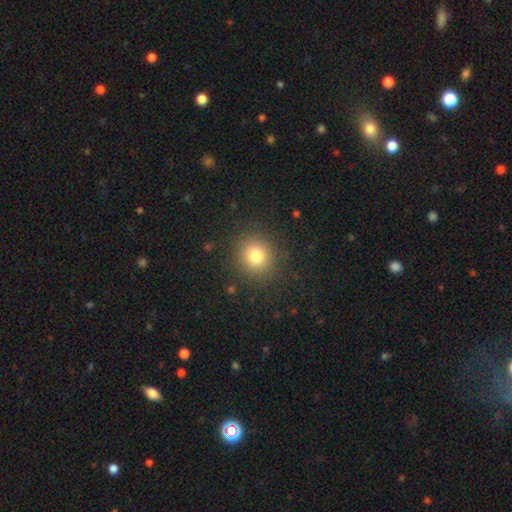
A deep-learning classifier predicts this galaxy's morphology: Overall: smooth (78%). How rounded: round (86%). Merging: none (88%).